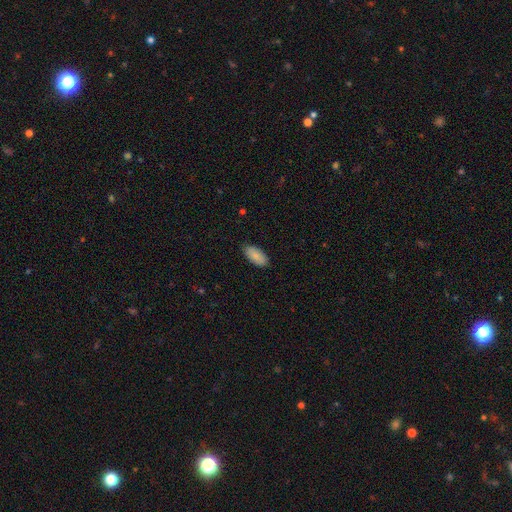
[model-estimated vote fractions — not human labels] This appears to be a smooth galaxy with no disk features (87%) that is in between round and cigar-shaped (93%). Merging: none (86%).